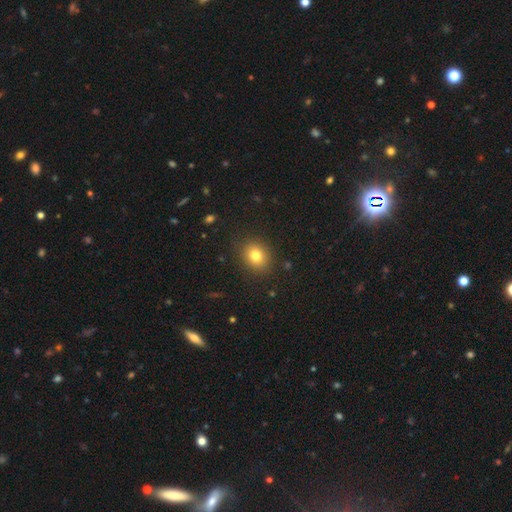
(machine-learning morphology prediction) smooth-or-featured: smooth: 80% | star or artifact: 12% | featured or disk: 9%
  how-rounded: round: 60% | in between: 39% | cigar-shaped: 1%
  merging: none: 86% | minor disturbance: 10% | major disturbance: 3% | merger: 1%